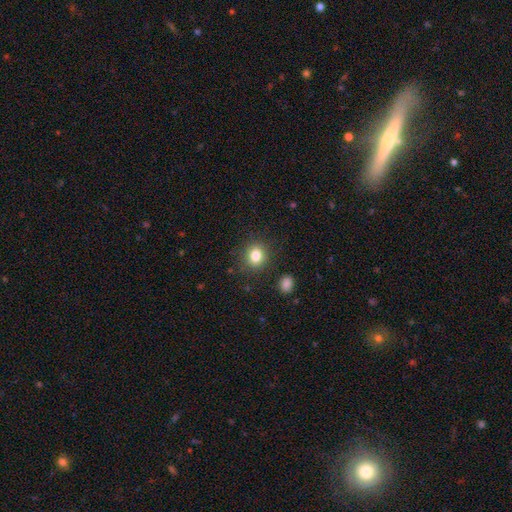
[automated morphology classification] smooth-or-featured: smooth: 82% | star or artifact: 11% | featured or disk: 6%
  how-rounded: round: 76% | in between: 23% | cigar-shaped: 1%
  merging: none: 86% | minor disturbance: 9% | major disturbance: 3% | merger: 2%